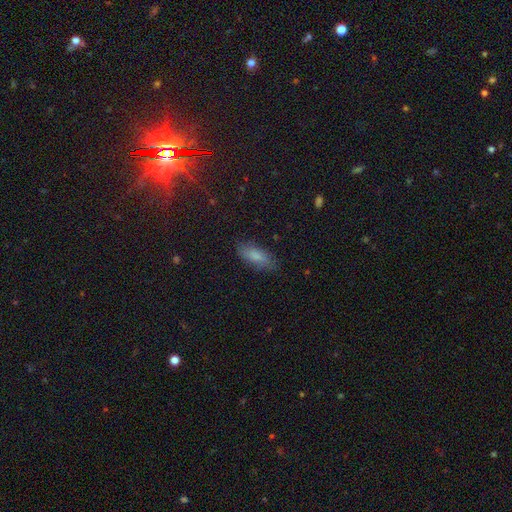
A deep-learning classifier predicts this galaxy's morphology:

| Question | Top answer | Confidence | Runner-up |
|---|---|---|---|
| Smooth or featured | smooth | 81% | featured or disk (12%) |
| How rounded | in between | 75% | cigar-shaped (23%) |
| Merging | none | 82% | minor disturbance (14%) |